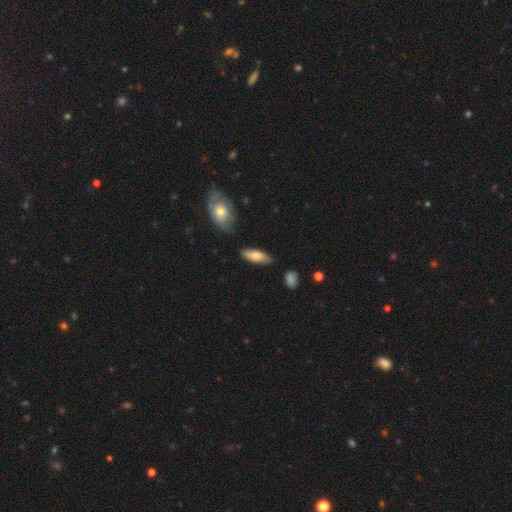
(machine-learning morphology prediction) Q: Smooth or featured?
A: smooth (70%); runner-up: featured or disk (23%)
Q: How rounded?
A: in between (70%); runner-up: cigar-shaped (28%)
Q: Merging?
A: none (73%); runner-up: minor disturbance (19%)